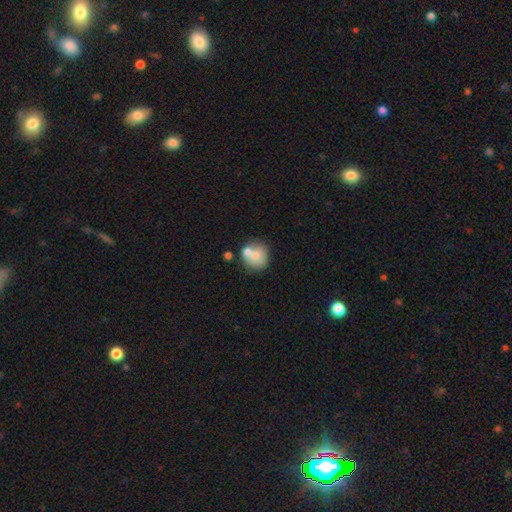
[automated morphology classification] Smooth or featured: smooth — 71% (featured or disk — 21%)
How rounded: round — 84% (in between — 15%)
Merging: none — 53% (merger — 29%)